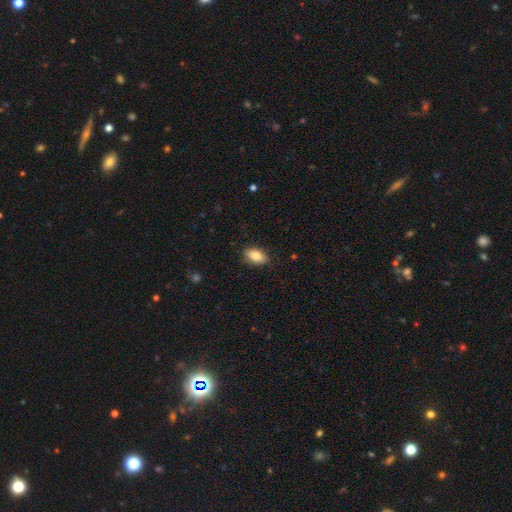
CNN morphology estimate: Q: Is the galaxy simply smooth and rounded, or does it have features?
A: smooth — 85%.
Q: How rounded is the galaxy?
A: in between — 90%.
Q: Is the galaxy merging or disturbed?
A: none — 86%.